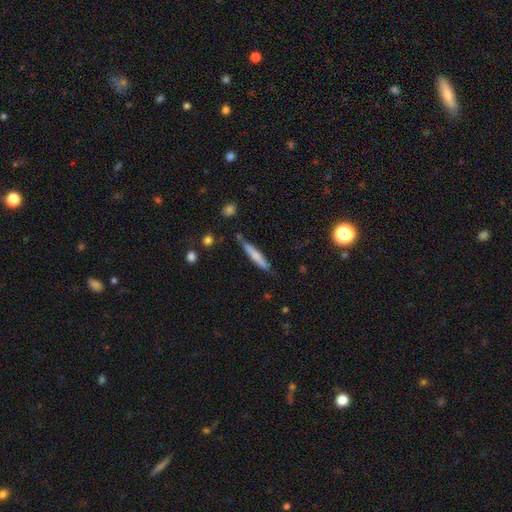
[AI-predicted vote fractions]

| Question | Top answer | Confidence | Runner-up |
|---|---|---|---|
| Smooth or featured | smooth | 65% | featured or disk (29%) |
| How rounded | cigar-shaped | 92% | in between (6%) |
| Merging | none | 78% | minor disturbance (16%) |